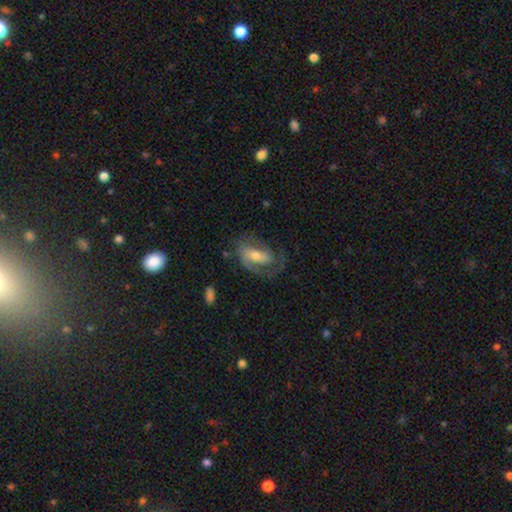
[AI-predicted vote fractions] Smooth or featured: featured or disk — 76% (smooth — 17%)
Edge-on disk: no — 95% (yes — 5%)
Bar: weak — 40% (strong — 31%)
Spiral arms: yes — 91% (no — 9%)
Spiral winding: medium — 47% (tight — 32%)
Spiral arm count: 2 — 63% (1 — 20%)
Bulge size: moderate — 54% (small — 38%)
Merging: none — 59% (minor disturbance — 20%)